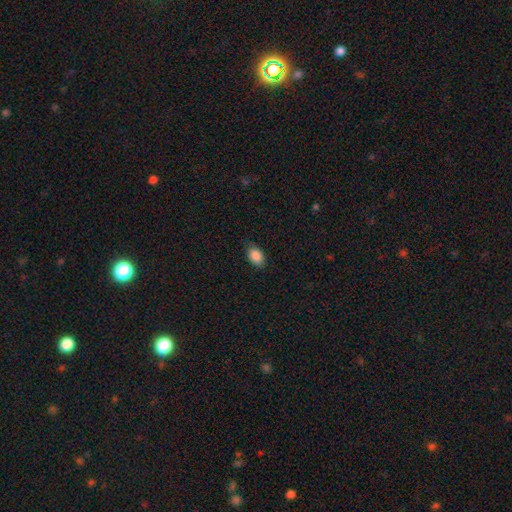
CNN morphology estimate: Smooth or featured: smooth — 87% (star or artifact — 8%)
How rounded: in between — 86% (round — 12%)
Merging: none — 78% (minor disturbance — 18%)